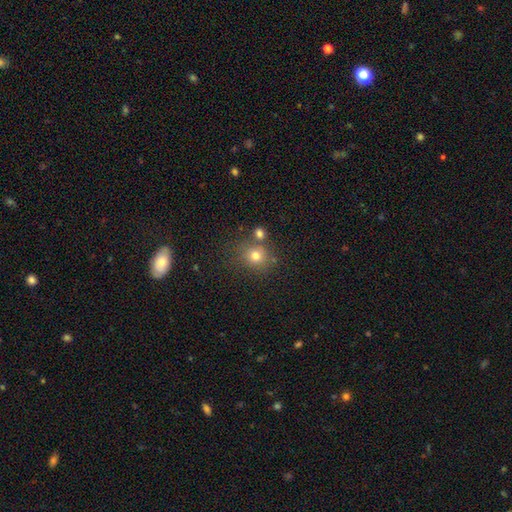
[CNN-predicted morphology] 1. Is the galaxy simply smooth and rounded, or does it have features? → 74% smooth, 16% star or artifact, 10% featured or disk.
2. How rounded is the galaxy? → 83% round, 16% in between, 1% cigar-shaped.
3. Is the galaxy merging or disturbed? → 66% none, 18% merger, 11% minor disturbance, 4% major disturbance.